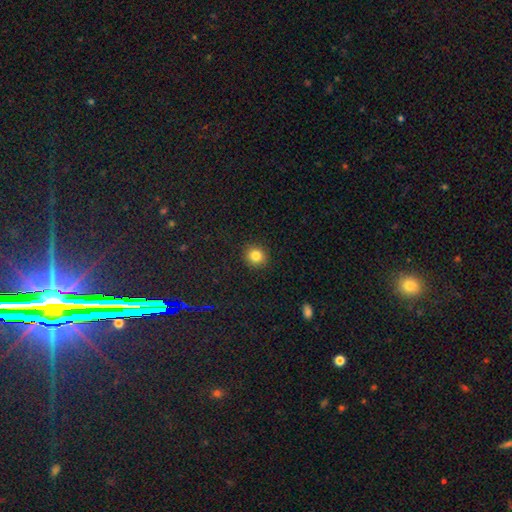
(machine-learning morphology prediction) smooth-or-featured: smooth: 83% | star or artifact: 11% | featured or disk: 6%
  how-rounded: round: 89% | in between: 10% | cigar-shaped: 1%
  merging: none: 91% | minor disturbance: 6% | major disturbance: 2% | merger: 1%